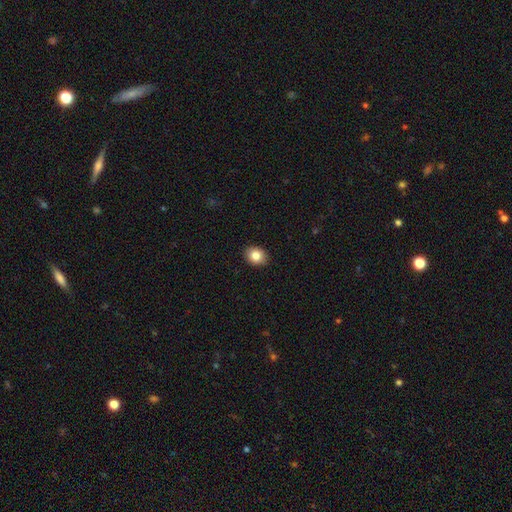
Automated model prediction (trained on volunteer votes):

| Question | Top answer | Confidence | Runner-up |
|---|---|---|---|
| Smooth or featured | smooth | 84% | star or artifact (9%) |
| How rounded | round | 51% | in between (48%) |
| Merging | none | 91% | minor disturbance (7%) |